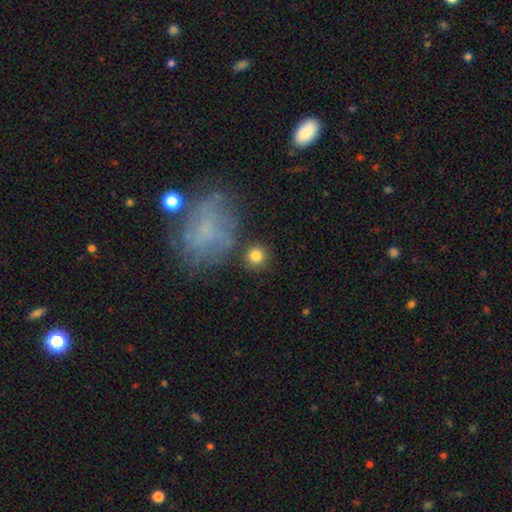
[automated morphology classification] Smooth or featured? smooth (83%)
How rounded? round (93%)
Merging? none (85%)